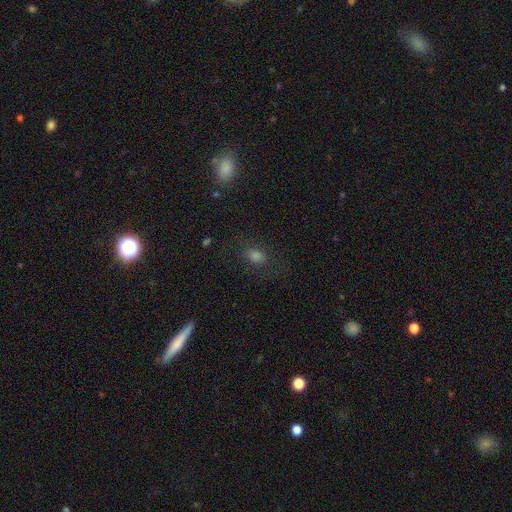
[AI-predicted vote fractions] Overall: smooth (71%). How rounded: in between (68%; round 29%). Merging: none (76%).